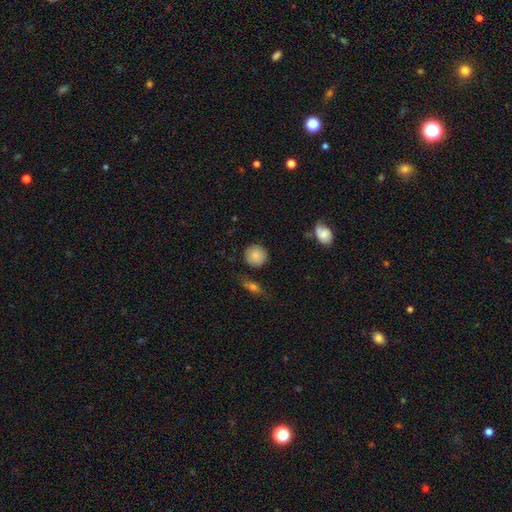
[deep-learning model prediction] A smooth galaxy with no disk features (85%) that is round (91%). Merging: none (83%).